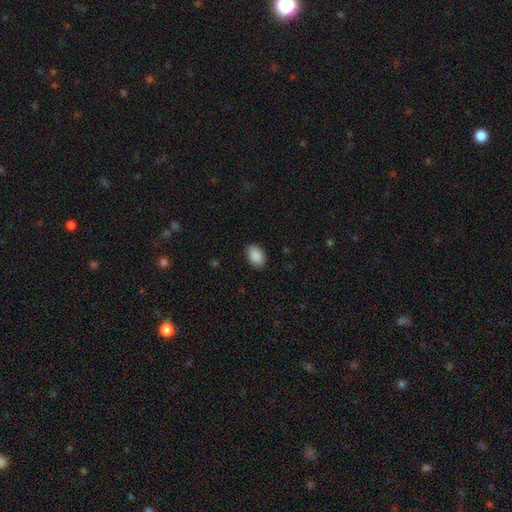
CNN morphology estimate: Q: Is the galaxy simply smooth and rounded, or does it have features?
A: smooth — 90%.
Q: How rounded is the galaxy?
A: in between — 89%.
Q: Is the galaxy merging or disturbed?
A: none — 86%.